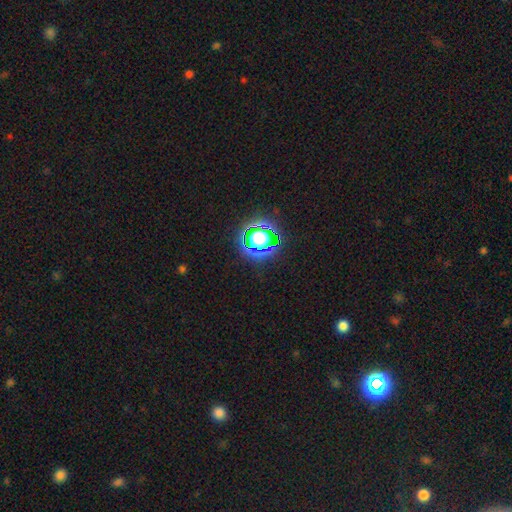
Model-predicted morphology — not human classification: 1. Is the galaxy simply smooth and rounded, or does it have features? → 80% star or artifact, 14% smooth, 6% featured or disk.